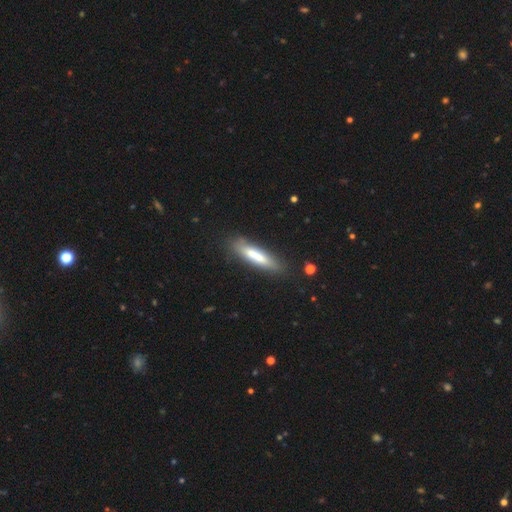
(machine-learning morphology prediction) Q: Smooth or featured?
A: smooth (60%); runner-up: featured or disk (33%)
Q: How rounded?
A: cigar-shaped (80%); runner-up: in between (19%)
Q: Merging?
A: none (77%); runner-up: minor disturbance (15%)